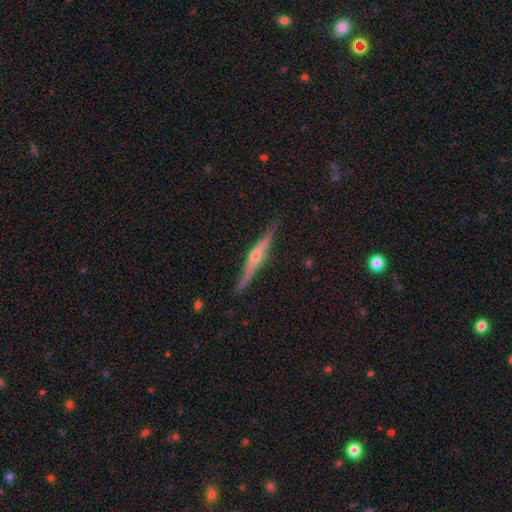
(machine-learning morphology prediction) Overall: featured or disk (82%). Edge-on disk: yes (98%). Edge-on bulge: rounded (88%). Merging: none (89%).